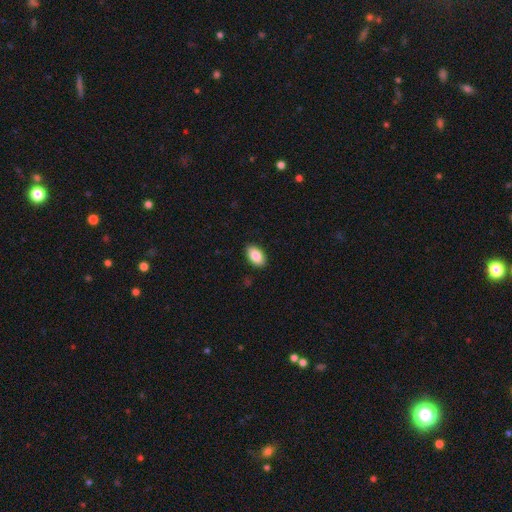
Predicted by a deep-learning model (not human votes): Smooth or featured? Predicted: smooth (p=0.87). How rounded? Predicted: in between (p=0.94). Merging? Predicted: none (p=0.90).